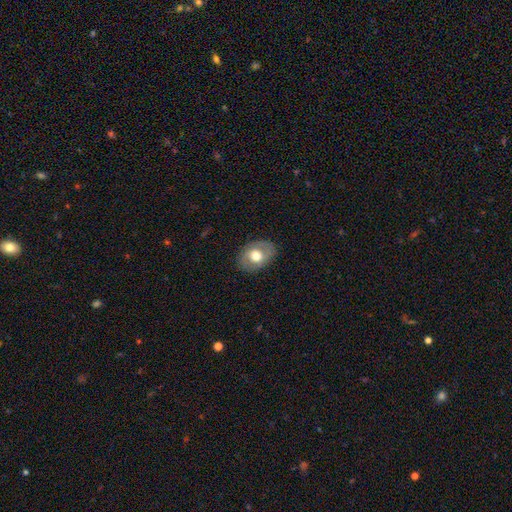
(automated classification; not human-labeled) smooth 53%, featured or disk 40%, star or artifact 7%. Down the decision tree: how rounded — in between (70%); merging — none (81%).